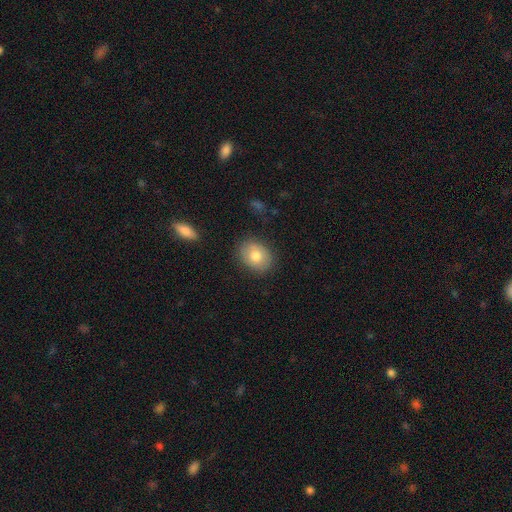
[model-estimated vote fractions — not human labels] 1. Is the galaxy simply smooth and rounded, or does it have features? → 77% smooth, 15% featured or disk, 8% star or artifact.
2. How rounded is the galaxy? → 58% in between, 41% round, 1% cigar-shaped.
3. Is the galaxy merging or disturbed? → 84% none, 12% minor disturbance, 3% major disturbance, 1% merger.